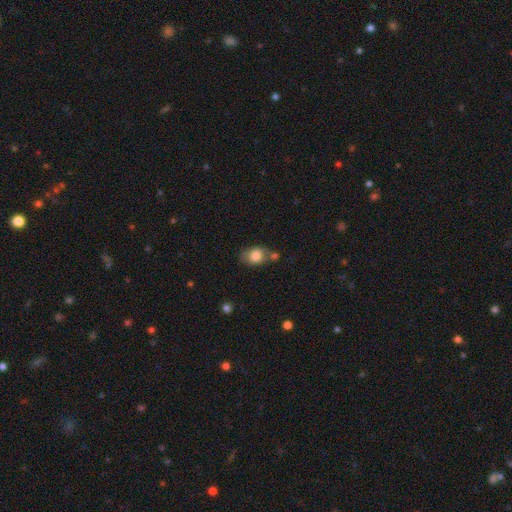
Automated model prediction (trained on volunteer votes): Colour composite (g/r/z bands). It shows a smooth galaxy with no disk features (79%) that is in between round and cigar-shaped (66%). Merging: none (50%).